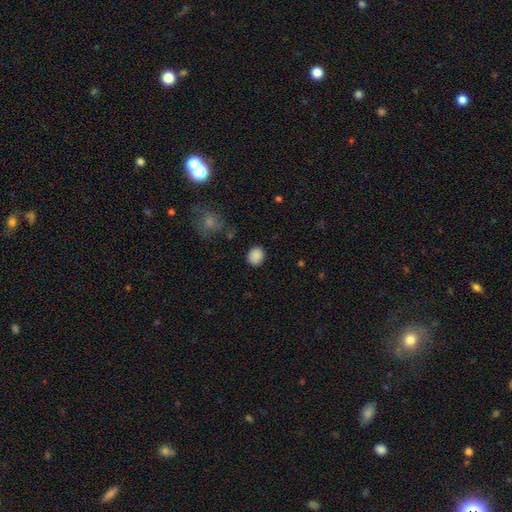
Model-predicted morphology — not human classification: A smooth galaxy with no disk features (87%) that is round (69%).

Vote fractions:
- Smooth or featured? smooth: 87% / star or artifact: 9% / featured or disk: 4%
- How rounded? round: 69% / in between: 30% / cigar-shaped: 1%
- Merging? none: 86% / minor disturbance: 9% / major disturbance: 3% / merger: 2%